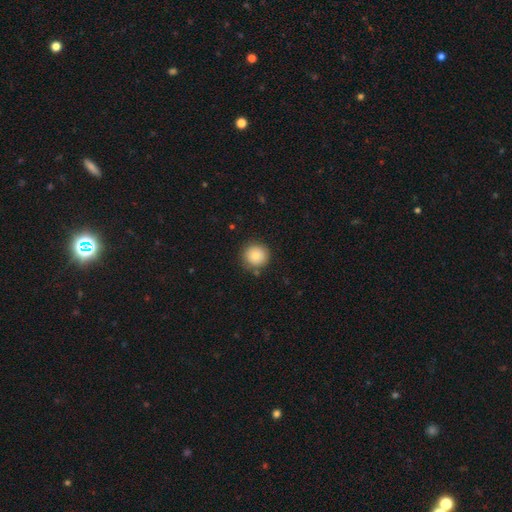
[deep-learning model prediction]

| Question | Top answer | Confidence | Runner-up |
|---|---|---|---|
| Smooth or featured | smooth | 82% | featured or disk (9%) |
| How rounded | round | 94% | in between (5%) |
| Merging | none | 84% | minor disturbance (10%) |